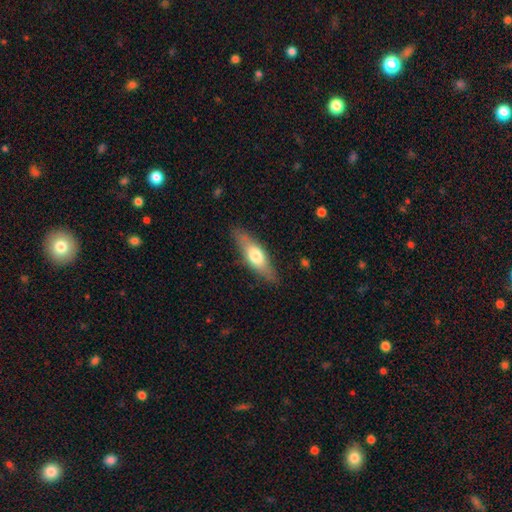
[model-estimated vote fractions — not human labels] Smooth or featured?
  - smooth: 56% *
  - featured or disk: 39%
  - star or artifact: 6%
How rounded?
  - cigar-shaped: 51% *
  - in between: 46%
  - round: 3%
Merging?
  - none: 84% *
  - minor disturbance: 12%
  - major disturbance: 3%
  - merger: 1%